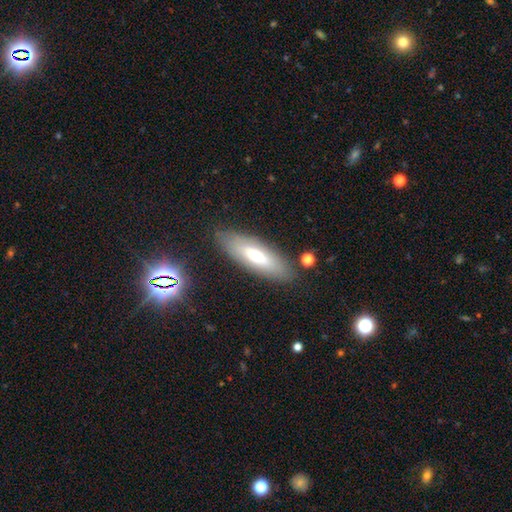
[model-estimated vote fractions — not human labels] This is possibly a smooth galaxy (56%). How rounded: possibly in between (56%). Merging: clearly none (85%).